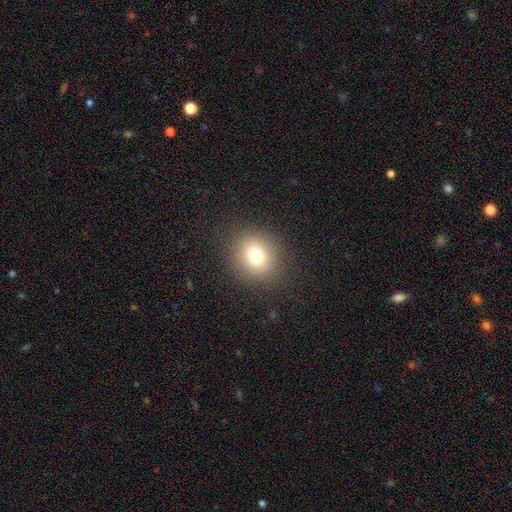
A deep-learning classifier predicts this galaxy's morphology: Smooth or featured? Predicted: smooth (p=0.75). How rounded? Predicted: round (p=0.78). Merging? Predicted: none (p=0.88).